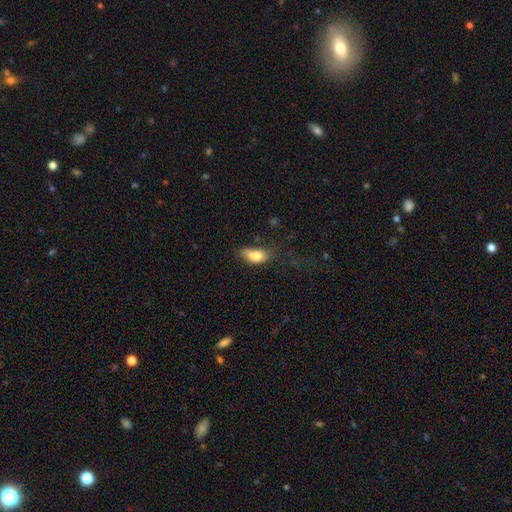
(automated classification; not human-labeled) Morphology: type=smooth (78%); roundness=in between (86%); merging=minor disturbance (35%).